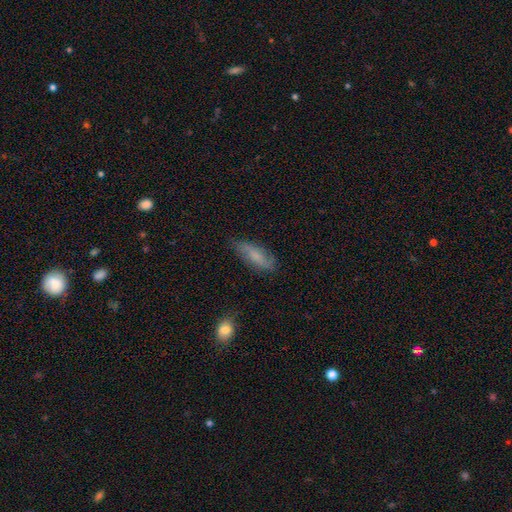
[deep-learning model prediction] Q: Smooth or featured?
A: smooth (66%); runner-up: featured or disk (27%)
Q: How rounded?
A: in between (63%); runner-up: cigar-shaped (35%)
Q: Merging?
A: none (74%); runner-up: minor disturbance (20%)